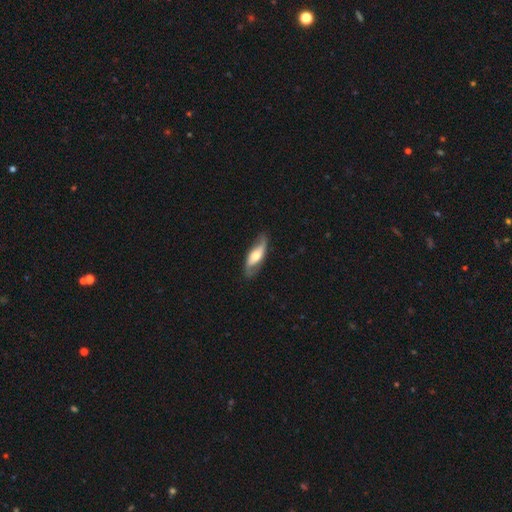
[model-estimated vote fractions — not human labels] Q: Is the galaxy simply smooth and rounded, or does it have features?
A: featured or disk — 63%.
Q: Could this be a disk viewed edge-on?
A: no — 76%.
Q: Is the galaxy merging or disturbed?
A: none — 77%.